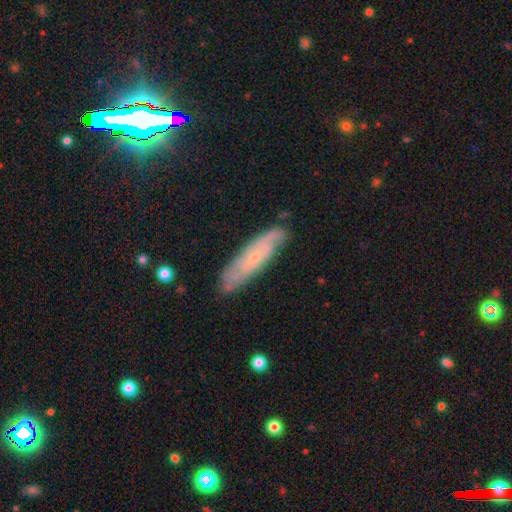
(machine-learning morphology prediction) Overall: featured or disk (63%; smooth 29%). Edge-on disk: no (68%; yes 32%). Merging: none (78%).